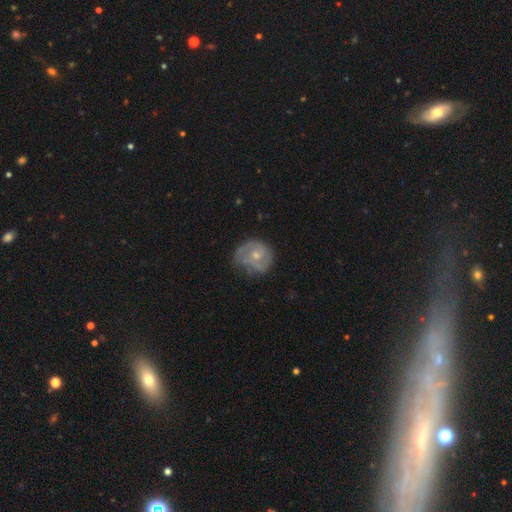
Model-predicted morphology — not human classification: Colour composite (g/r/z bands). It shows a featured or disk galaxy (63%) with no bar (73%), spiral arms (74%) and a moderate central bulge (48%). Merging: none (56%).